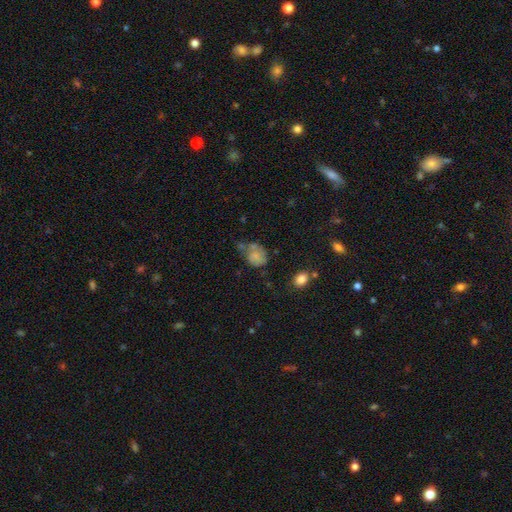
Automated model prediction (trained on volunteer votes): A smooth galaxy with no disk features (67%) that is round (50%).

Vote fractions:
- Smooth or featured? smooth: 67% / featured or disk: 23% / star or artifact: 11%
- How rounded? round: 50% / in between: 48% / cigar-shaped: 1%
- Merging? none: 32% / minor disturbance: 29% / major disturbance: 22% / merger: 16%